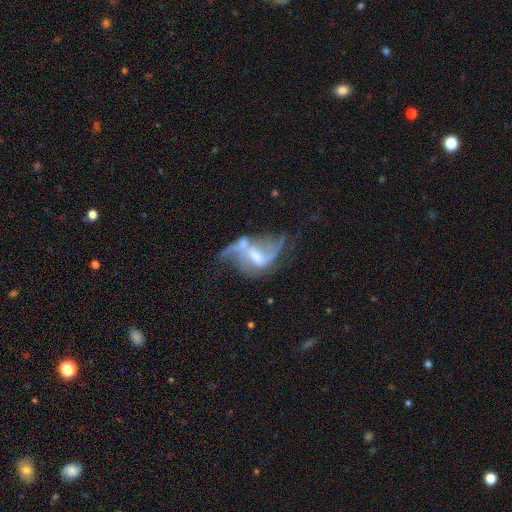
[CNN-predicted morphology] Smooth or featured? Predicted: featured or disk (p=0.79). Edge-on disk? Predicted: no (p=0.96). Bar? Predicted: weak (p=0.50). Spiral arms? Predicted: yes (p=0.83). Spiral winding? Predicted: loose (p=0.68). Spiral arm count? Predicted: 2 (p=0.70). Bulge size? Predicted: moderate (p=0.50). Merging? Predicted: merger (p=0.28, tied with major disturbance and none).